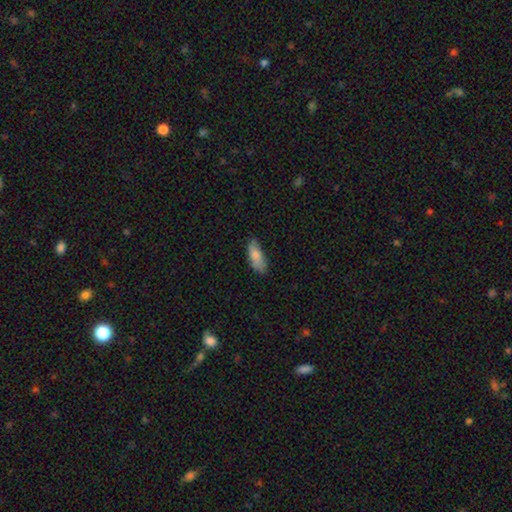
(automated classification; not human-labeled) Smooth or featured? Predicted: smooth (p=0.84). How rounded? Predicted: in between (p=0.76). Merging? Predicted: none (p=0.67).